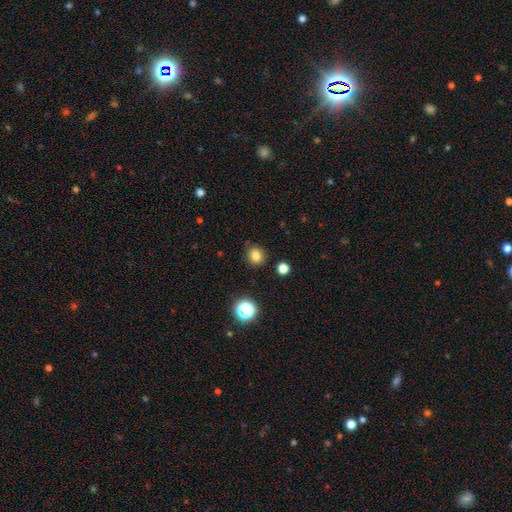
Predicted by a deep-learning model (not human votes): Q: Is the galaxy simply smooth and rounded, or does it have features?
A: smooth — 82%.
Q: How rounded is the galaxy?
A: round — 83%.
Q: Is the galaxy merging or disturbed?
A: none — 87%.